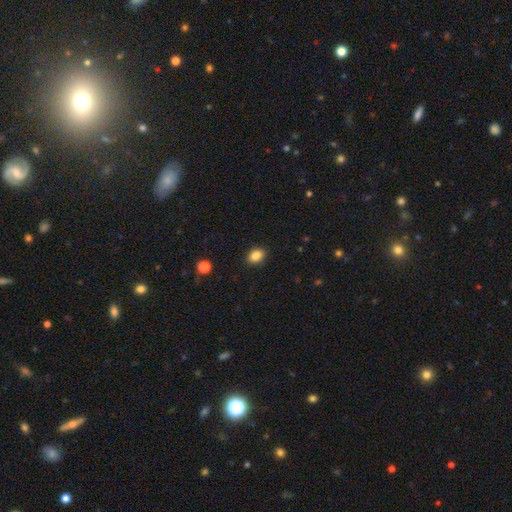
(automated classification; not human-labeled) This is clearly a smooth galaxy (87%). How rounded: likely in between (72%). Merging: clearly none (88%).